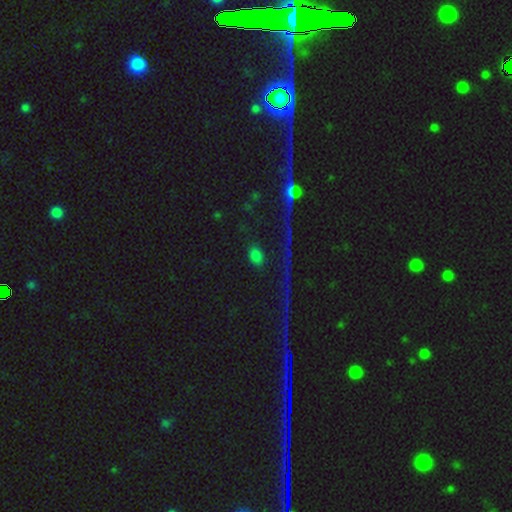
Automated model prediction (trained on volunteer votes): This appears to be a smooth galaxy with no disk features (66%) that is in between round and cigar-shaped (62%). Merging: none (81%).